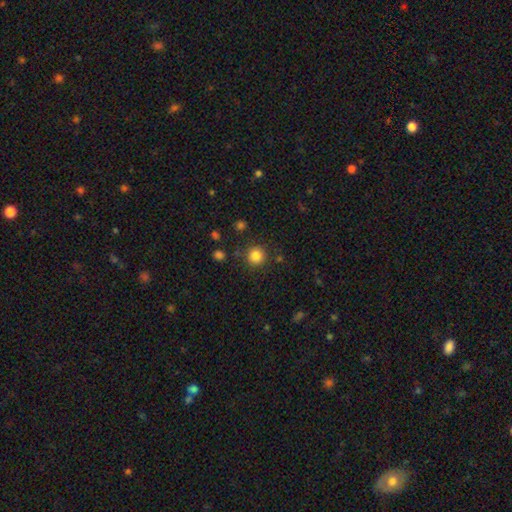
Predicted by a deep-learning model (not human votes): Morphology: type=smooth (84%); roundness=round (93%); merging=none (86%).